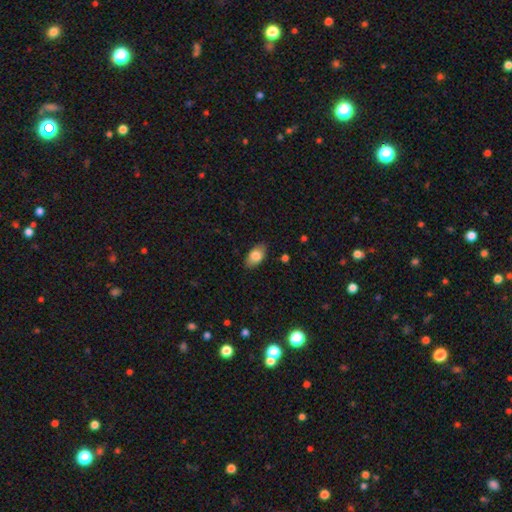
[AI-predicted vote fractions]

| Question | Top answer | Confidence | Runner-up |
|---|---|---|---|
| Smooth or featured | smooth | 82% | featured or disk (12%) |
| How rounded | in between | 92% | round (5%) |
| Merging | none | 85% | minor disturbance (11%) |